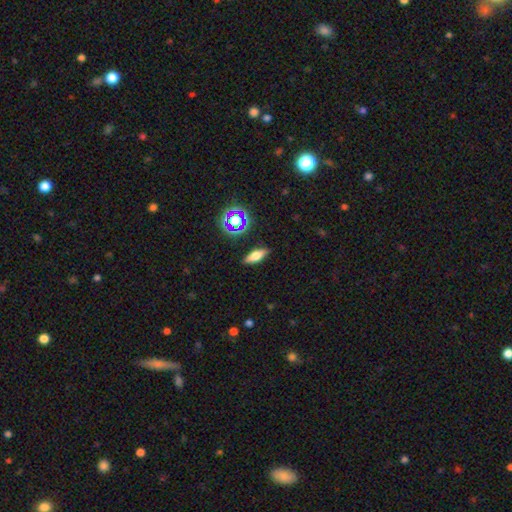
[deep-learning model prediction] Smooth or featured: smooth — 56% (featured or disk — 29%)
How rounded: in between — 53% (cigar-shaped — 39%)
Merging: none — 87% (minor disturbance — 9%)